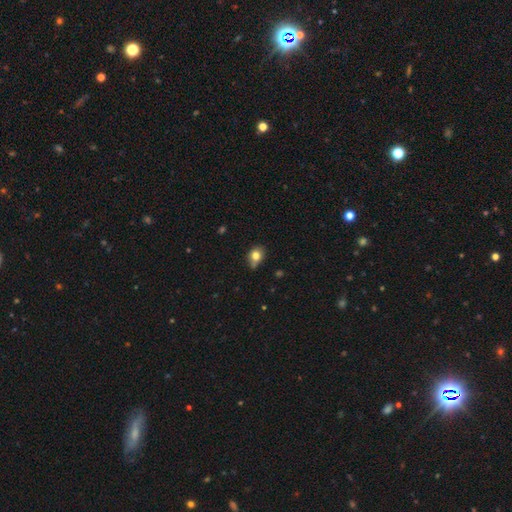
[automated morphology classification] smooth-or-featured: smooth: 78% | star or artifact: 11% | featured or disk: 11%
  how-rounded: round: 57% | in between: 42% | cigar-shaped: 1%
  merging: none: 55% | minor disturbance: 32% | major disturbance: 7% | merger: 6%